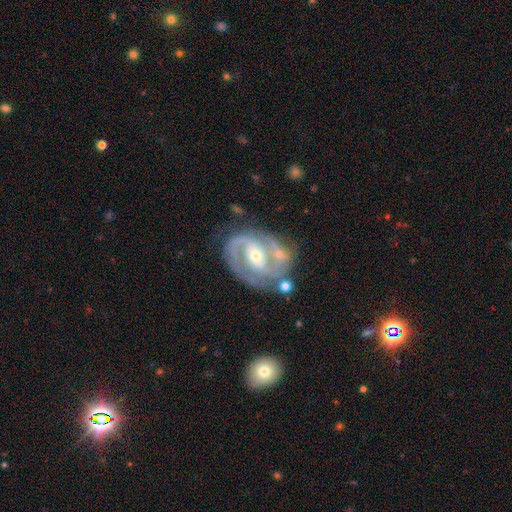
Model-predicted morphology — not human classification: Q: Smooth or featured?
A: featured or disk (89%); runner-up: smooth (6%)
Q: Edge-on disk?
A: no (97%); runner-up: yes (3%)
Q: Bar?
A: no (38%); tied with: weak (38%)
Q: Spiral arms?
A: yes (96%); runner-up: no (4%)
Q: Spiral winding?
A: tight (50%); runner-up: medium (41%)
Q: Spiral arm count?
A: 2 (74%); runner-up: 3 (9%)
Q: Bulge size?
A: small (57%); runner-up: moderate (39%)
Q: Merging?
A: none (61%); runner-up: minor disturbance (19%)